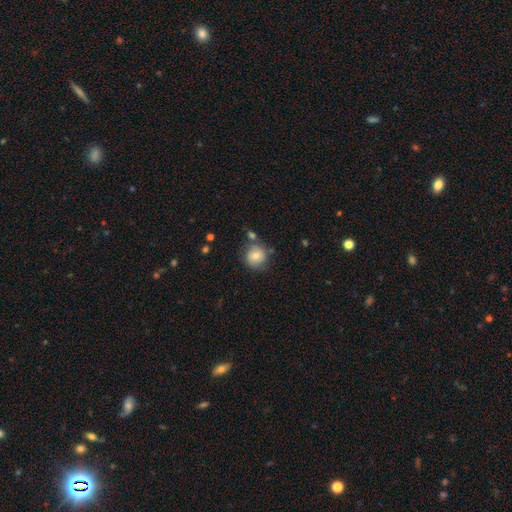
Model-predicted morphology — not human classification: Smooth or featured?
  - smooth: 65% *
  - featured or disk: 26%
  - star or artifact: 9%
How rounded?
  - round: 90% *
  - in between: 9%
  - cigar-shaped: 1%
Merging?
  - none: 69% *
  - minor disturbance: 17%
  - merger: 8%
  - major disturbance: 6%